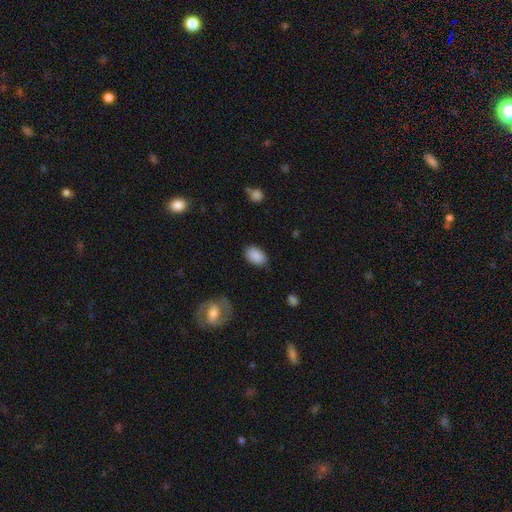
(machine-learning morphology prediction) Overall: smooth (88%). How rounded: in between (89%). Merging: none (83%).